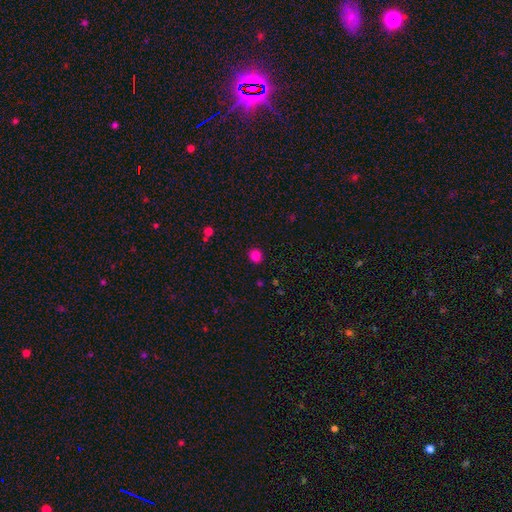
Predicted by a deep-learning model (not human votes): Overall: smooth (84%). How rounded: round (82%). Merging: none (90%).